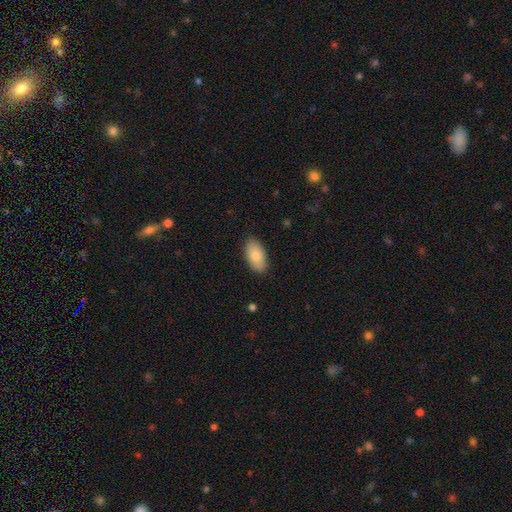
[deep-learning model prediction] smooth-or-featured: smooth: 82% | featured or disk: 12% | star or artifact: 6%
  how-rounded: in between: 94% | cigar-shaped: 3% | round: 3%
  merging: none: 87% | minor disturbance: 10% | major disturbance: 2% | merger: 1%